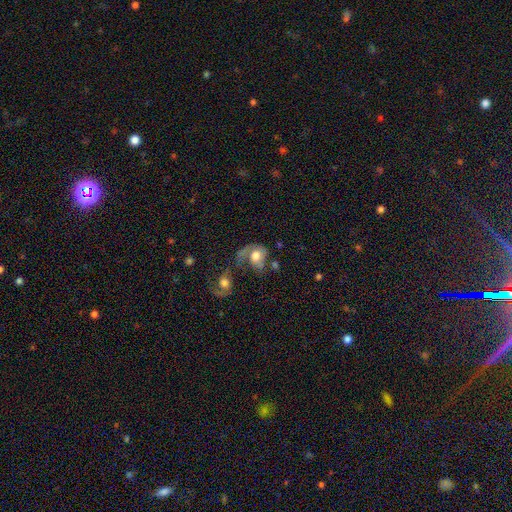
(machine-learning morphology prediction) Smooth or featured? featured or disk (47%)
Merging? merger (36%)